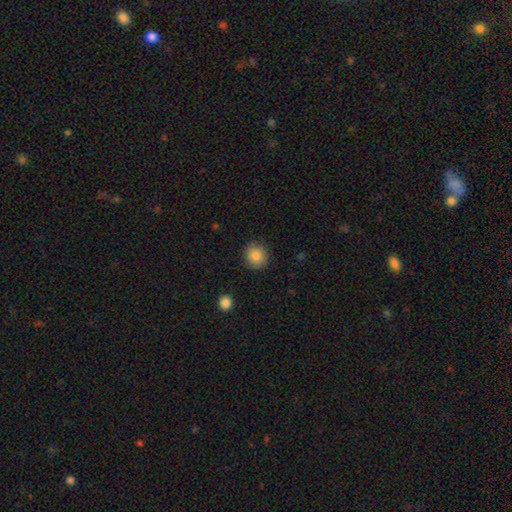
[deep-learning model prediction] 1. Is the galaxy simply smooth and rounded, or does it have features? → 87% smooth, 8% star or artifact, 6% featured or disk.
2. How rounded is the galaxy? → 86% round, 13% in between, 1% cigar-shaped.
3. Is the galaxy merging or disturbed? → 88% none, 9% minor disturbance, 2% major disturbance, 1% merger.